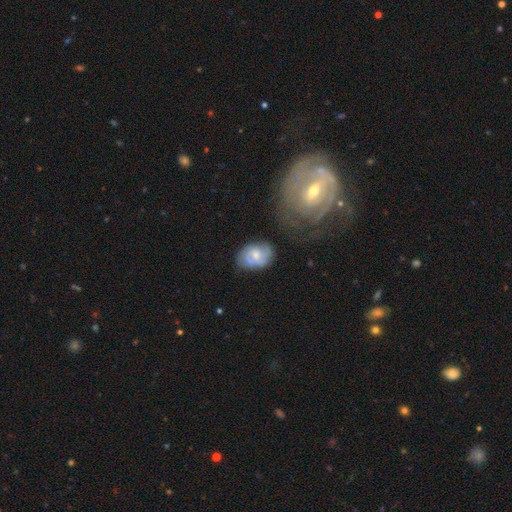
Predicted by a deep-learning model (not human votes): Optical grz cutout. It shows a featured or disk galaxy (59%) with no bar (55%), spiral arms (84%) and a moderate central bulge (48%). Merging: none (69%).